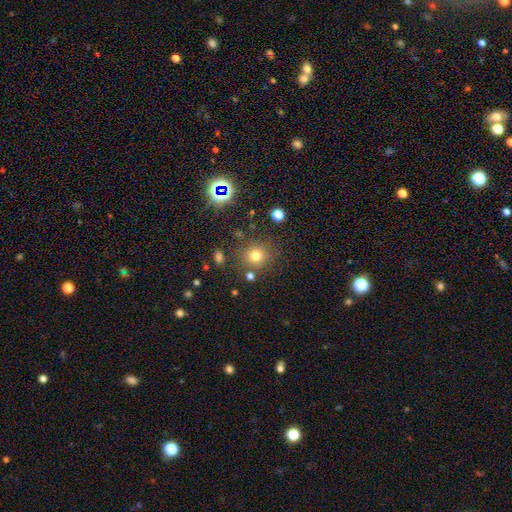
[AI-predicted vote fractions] smooth 72%, star or artifact 20%, featured or disk 9%. Down the decision tree: how rounded — round (87%); merging — none (80%).